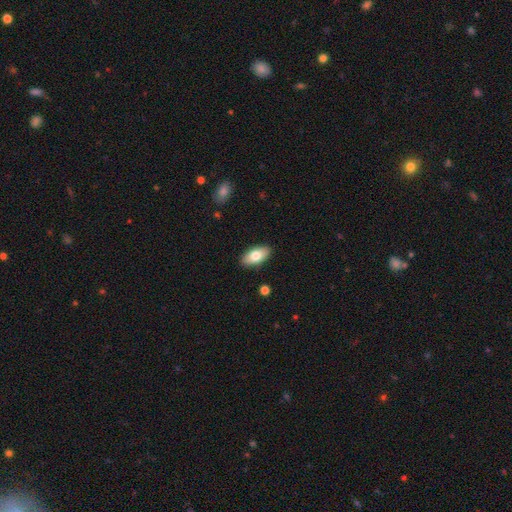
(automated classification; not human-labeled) This appears to be a smooth galaxy with no disk features (77%) that is in between round and cigar-shaped (92%). Merging: none (89%).